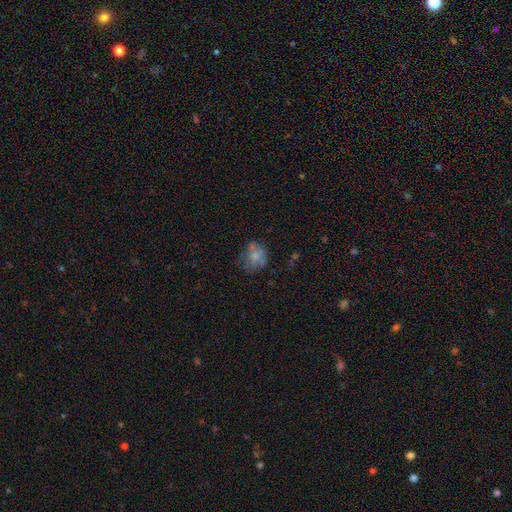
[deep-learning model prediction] The model was most divided on "how rounded": round: 55%, in between: 43%, cigar-shaped: 1%. Remaining: smooth or featured — smooth (58%); merging — none (49%).